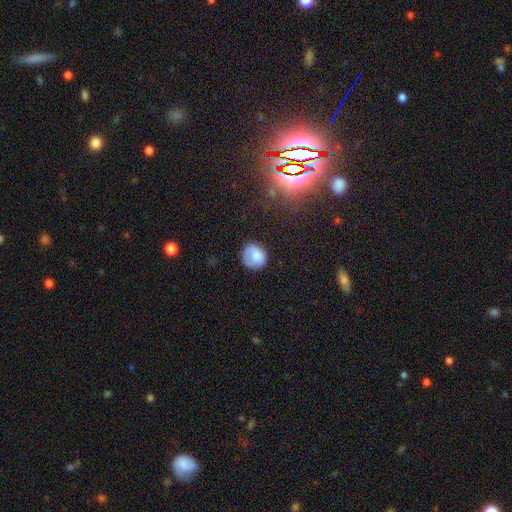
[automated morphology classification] Smooth or featured: smooth — 81% (featured or disk — 10%)
How rounded: round — 82% (in between — 17%)
Merging: none — 73% (minor disturbance — 20%)